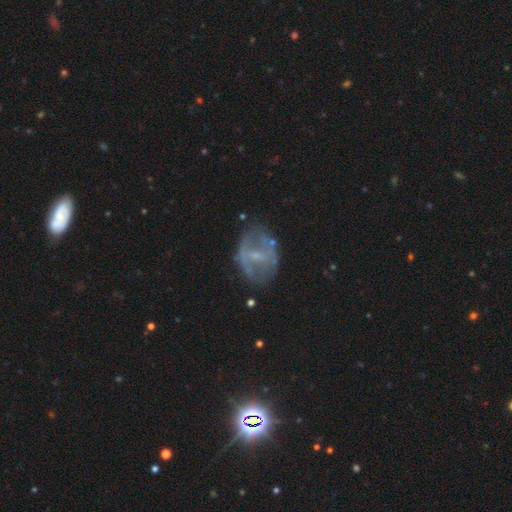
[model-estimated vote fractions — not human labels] This appears to be a featured or disk galaxy (68%) with a weak bar (45%), no spiral arms (56%) and a small central bulge (64%). Merging: none (56%).